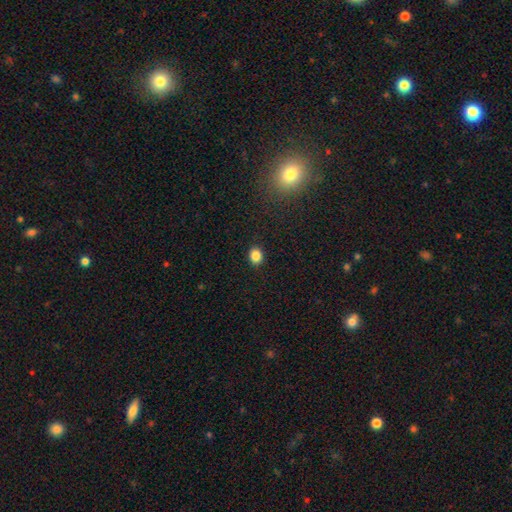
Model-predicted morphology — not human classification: A smooth galaxy with no disk features (85%) that is round (56%).

Vote fractions:
- Smooth or featured? smooth: 85% / star or artifact: 11% / featured or disk: 4%
- How rounded? round: 56% / in between: 43% / cigar-shaped: 1%
- Merging? none: 89% / minor disturbance: 8% / major disturbance: 2% / merger: 1%